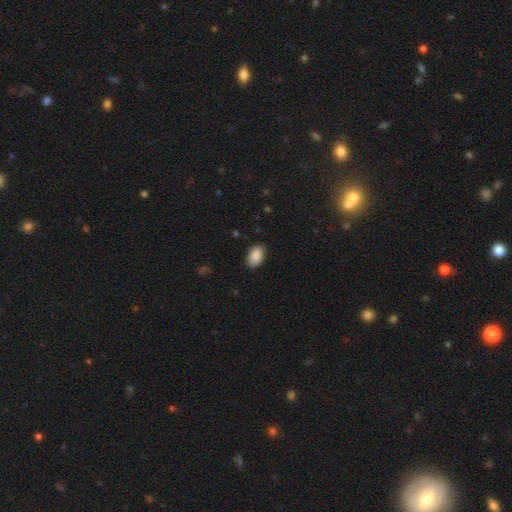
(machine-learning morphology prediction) The model was most divided on "merging": none: 82%, minor disturbance: 14%, major disturbance: 2%, merger: 1%. More confident: how rounded — in between (92%); smooth or featured — smooth (89%).